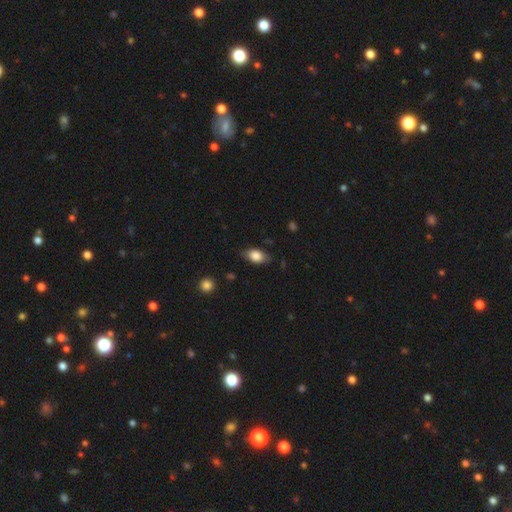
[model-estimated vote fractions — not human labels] Smooth or featured: smooth — 83% (featured or disk — 10%)
How rounded: in between — 87% (round — 11%)
Merging: none — 78% (minor disturbance — 17%)